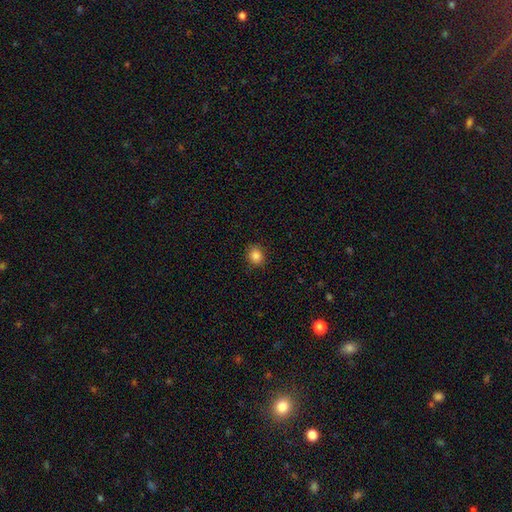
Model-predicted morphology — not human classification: This is clearly a smooth galaxy (85%). How rounded: likely round (72%). Merging: clearly none (89%).